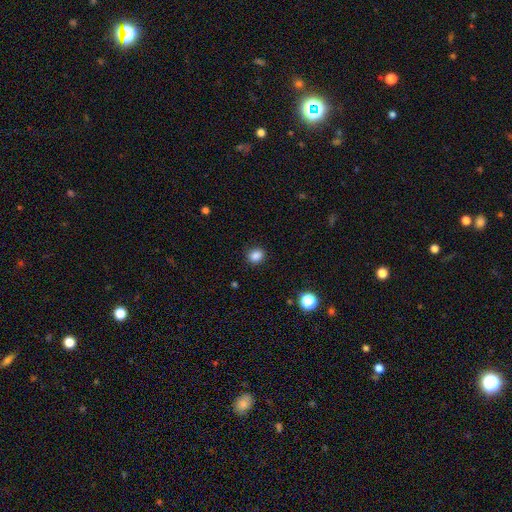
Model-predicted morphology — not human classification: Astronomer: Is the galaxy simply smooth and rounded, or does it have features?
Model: smooth — 86%.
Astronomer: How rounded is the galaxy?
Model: round — 71%.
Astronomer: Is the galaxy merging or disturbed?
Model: none — 89%.